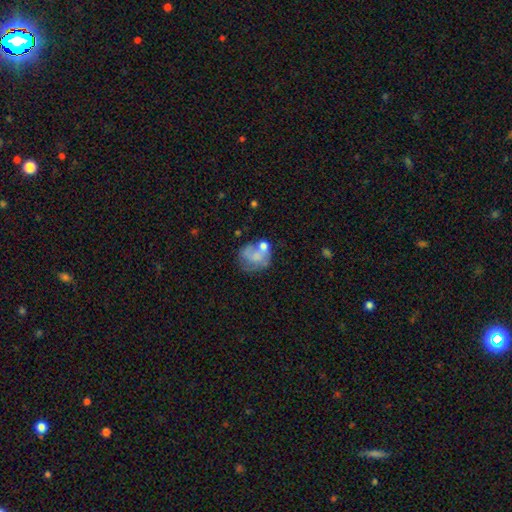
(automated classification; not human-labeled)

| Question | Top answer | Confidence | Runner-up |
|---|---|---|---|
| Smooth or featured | featured or disk | 46% | smooth (44%) |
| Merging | none | 39% | major disturbance (22%) |